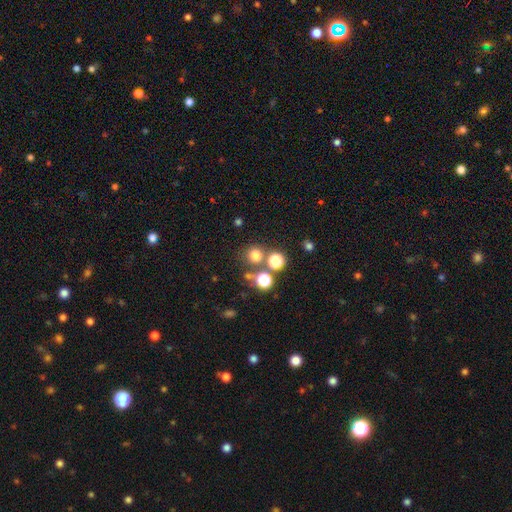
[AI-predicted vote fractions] Smooth or featured: smooth — 72% (star or artifact — 21%)
How rounded: round — 91% (in between — 8%)
Merging: none — 70% (merger — 18%)